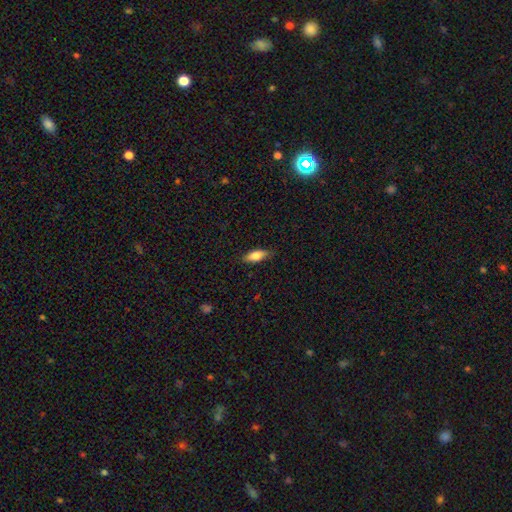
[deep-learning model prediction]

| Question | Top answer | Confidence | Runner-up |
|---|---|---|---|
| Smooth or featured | smooth | 79% | featured or disk (15%) |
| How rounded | in between | 77% | cigar-shaped (20%) |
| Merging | none | 83% | minor disturbance (13%) |